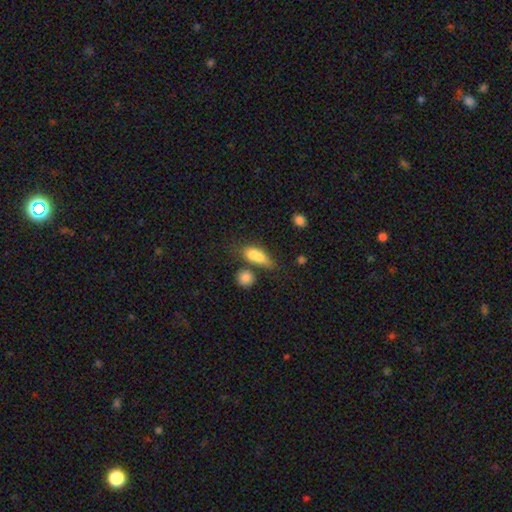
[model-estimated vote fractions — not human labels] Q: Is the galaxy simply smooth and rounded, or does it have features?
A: smooth — 76%.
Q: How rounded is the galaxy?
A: in between — 63%.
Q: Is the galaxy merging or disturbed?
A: none — 38%.